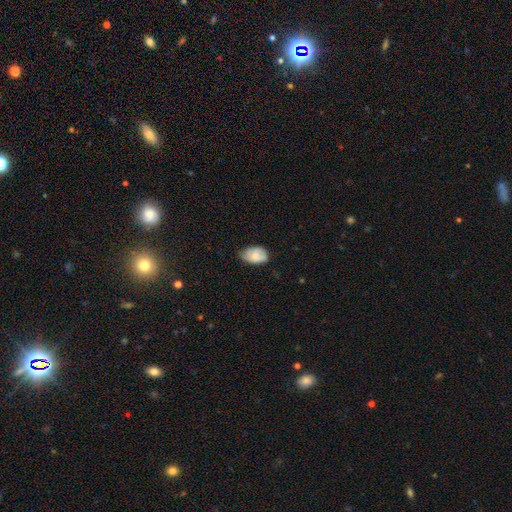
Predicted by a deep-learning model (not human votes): Q: Smooth or featured?
A: smooth (77%); runner-up: featured or disk (16%)
Q: How rounded?
A: in between (88%); runner-up: round (10%)
Q: Merging?
A: none (53%); runner-up: minor disturbance (39%)